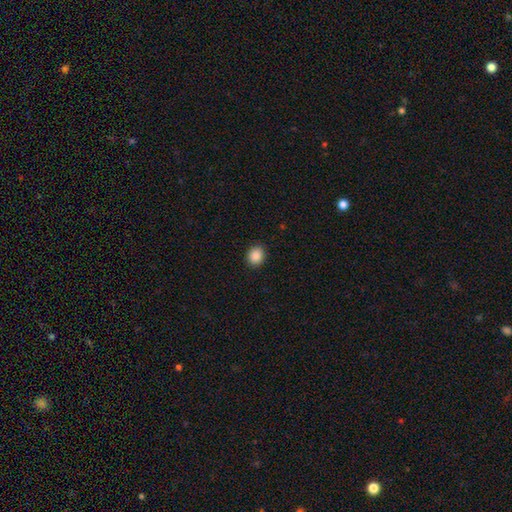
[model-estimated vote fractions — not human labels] A smooth galaxy with no disk features (88%) that is round (71%). Merging: none (91%).